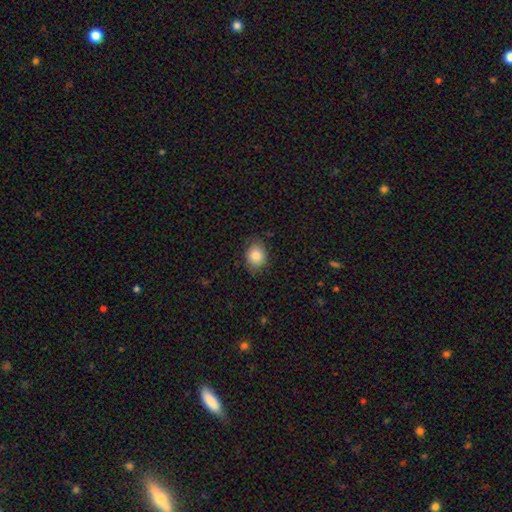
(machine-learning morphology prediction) type=smooth (83%); roundness=round (53%); merging=none (82%).